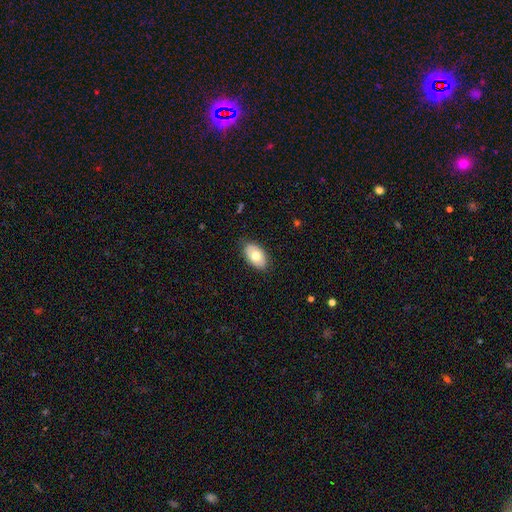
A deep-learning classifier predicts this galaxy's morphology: This is likely a smooth galaxy (69%). How rounded: clearly in between (92%). Merging: clearly none (85%).